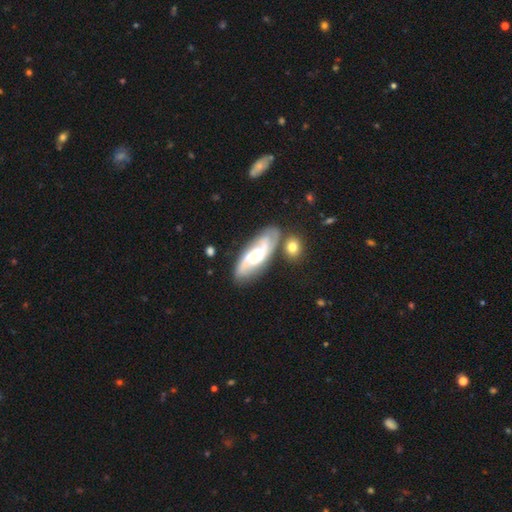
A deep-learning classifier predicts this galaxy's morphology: A featured or disk galaxy (78%) with no bar (51%), 2 (64%) medium (47%) spiral arms (96%) and a small central bulge (39%, tied with moderate). Merging: none (66%).